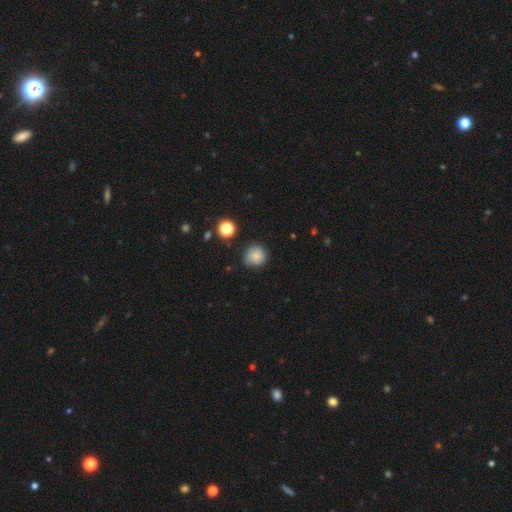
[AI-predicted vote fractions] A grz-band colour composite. It shows a smooth galaxy with no disk features (82%) that is round (91%). Merging: none (77%).